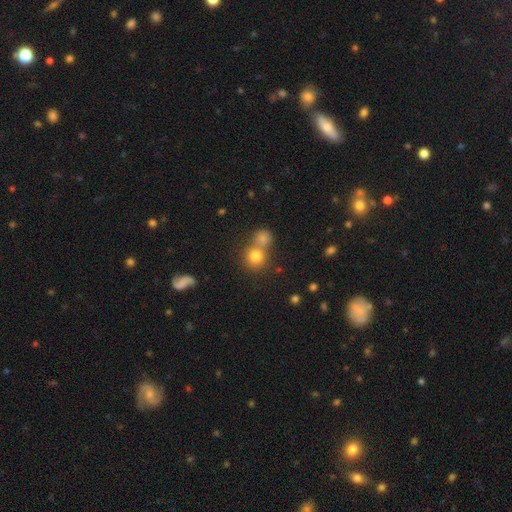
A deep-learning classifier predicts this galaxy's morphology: Q: Smooth or featured?
A: smooth (79%); runner-up: star or artifact (12%)
Q: How rounded?
A: round (87%); runner-up: in between (12%)
Q: Merging?
A: none (49%); runner-up: merger (41%)